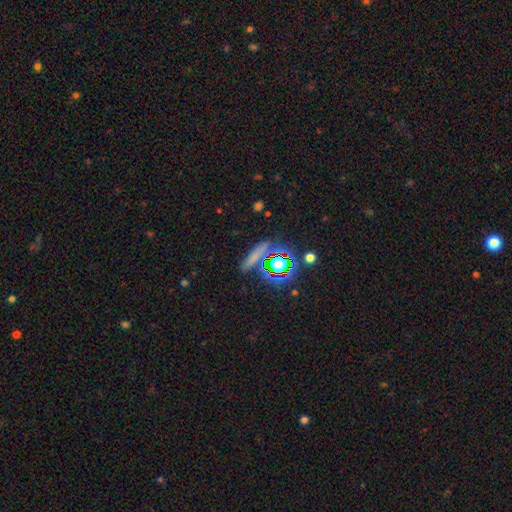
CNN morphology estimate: The model was most divided on "smooth or featured": smooth: 54%, star or artifact: 31%, featured or disk: 15%. More confident: merging — none (77%); how rounded — cigar-shaped (65%).